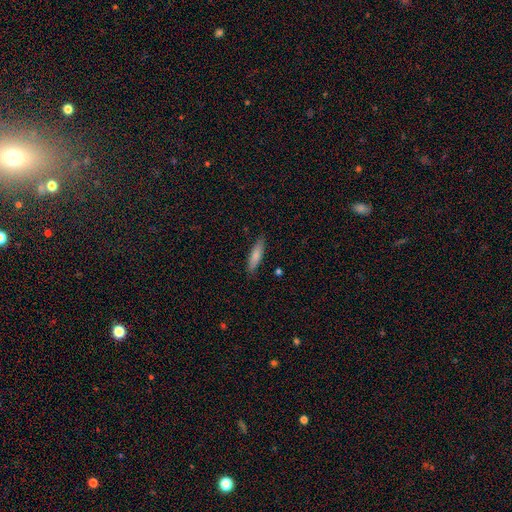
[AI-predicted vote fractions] smooth 78%, featured or disk 15%, star or artifact 6%. Down the decision tree: how rounded — cigar-shaped (70%); merging — none (85%).